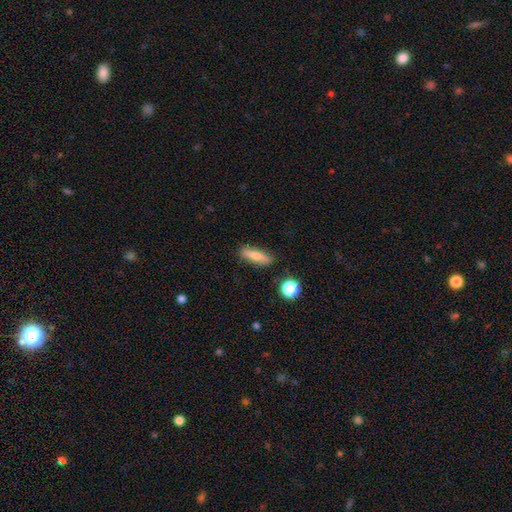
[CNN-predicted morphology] The model was most divided on "how rounded": cigar-shaped: 60%, in between: 36%, round: 4%. More confident: merging — none (83%); smooth or featured — smooth (62%).